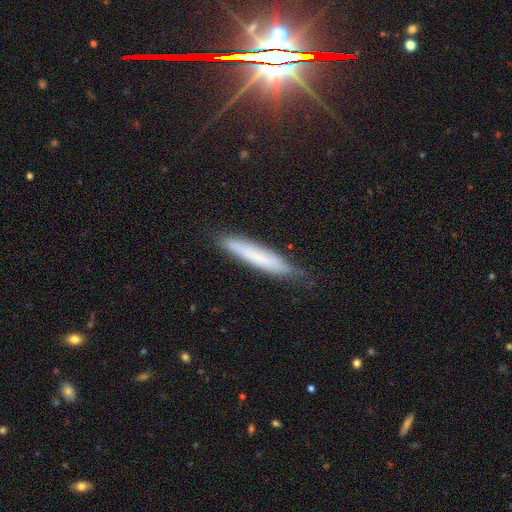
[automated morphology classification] This appears to be a smooth galaxy with no disk features (64%) that is cigar-shaped (91%). Merging: none (77%).